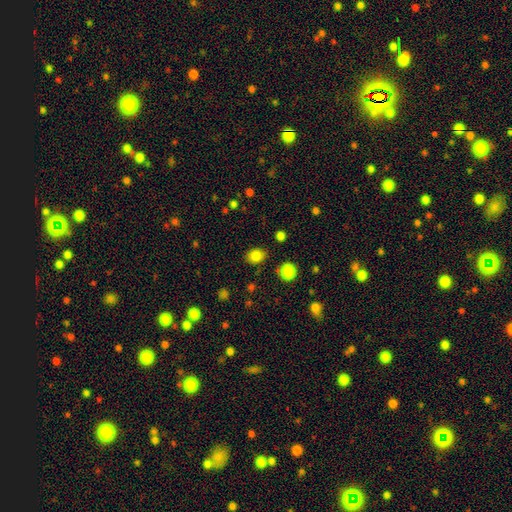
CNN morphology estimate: A smooth galaxy with no disk features (83%) that is in between round and cigar-shaped (52%). Merging: none (85%).